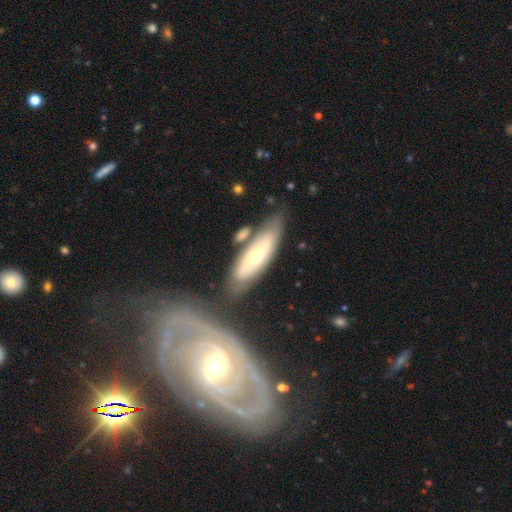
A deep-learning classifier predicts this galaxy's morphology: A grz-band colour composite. It shows a featured or disk galaxy (48%). Merging: none (69%).